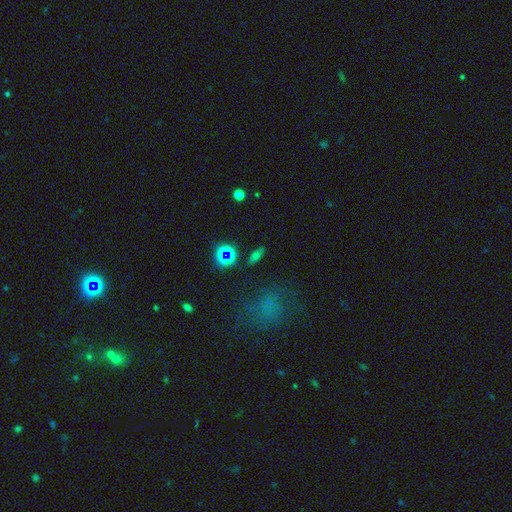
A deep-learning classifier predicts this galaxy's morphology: The model was most divided on "how rounded": in between: 52%, cigar-shaped: 33%, round: 16%. More confident: merging — none (84%); smooth or featured — smooth (53%).